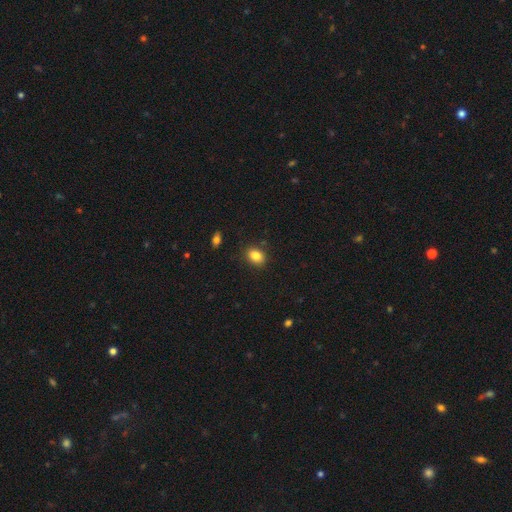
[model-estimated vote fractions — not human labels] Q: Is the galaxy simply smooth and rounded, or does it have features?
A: smooth — 85%.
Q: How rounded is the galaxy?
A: in between — 70%.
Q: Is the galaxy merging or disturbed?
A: none — 86%.